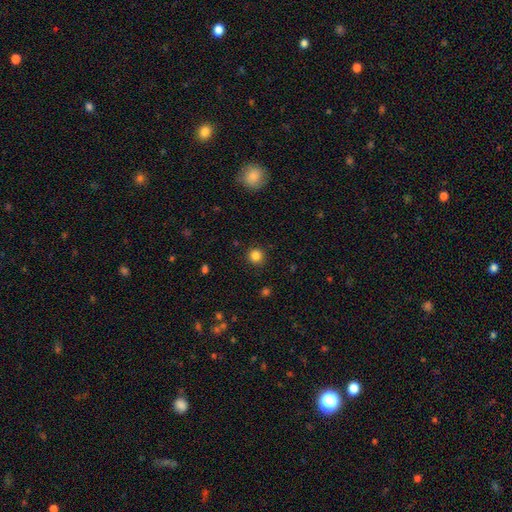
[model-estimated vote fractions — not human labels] Smooth or featured?
  - smooth: 84% *
  - star or artifact: 12%
  - featured or disk: 4%
How rounded?
  - round: 93% *
  - in between: 6%
  - cigar-shaped: 1%
Merging?
  - none: 90% *
  - minor disturbance: 6%
  - major disturbance: 2%
  - merger: 1%